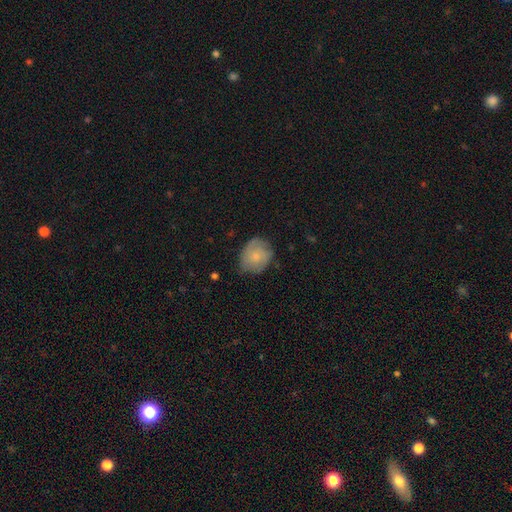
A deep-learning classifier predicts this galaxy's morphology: Smooth or featured? Predicted: smooth (p=0.68). How rounded? Predicted: round (p=0.61). Merging? Predicted: none (p=0.66).